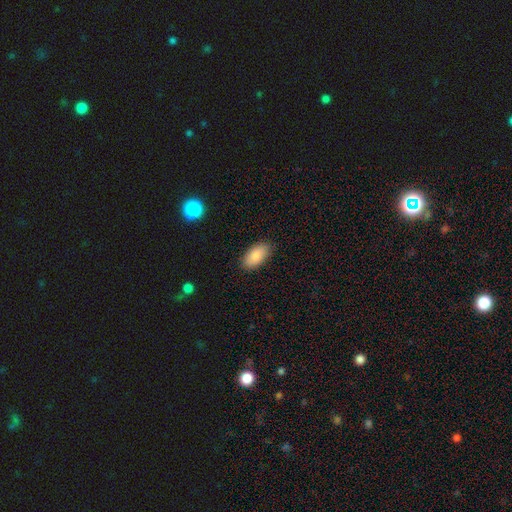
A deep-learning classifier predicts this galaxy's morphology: Smooth or featured? Predicted: smooth (p=0.88). How rounded? Predicted: in between (p=0.94). Merging? Predicted: none (p=0.88).